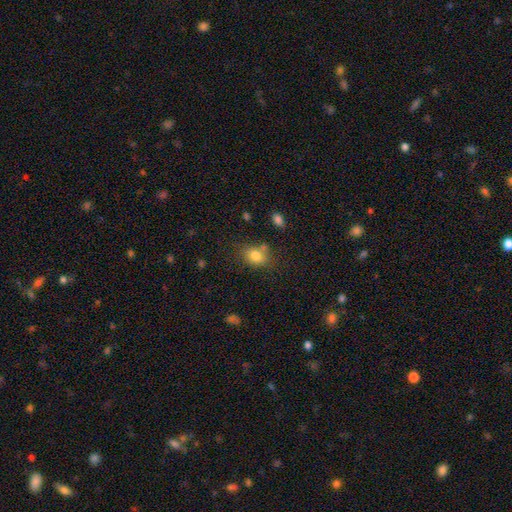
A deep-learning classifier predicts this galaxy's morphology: The model was most divided on "how rounded": in between: 55%, round: 43%, cigar-shaped: 1%. More confident: smooth or featured — smooth (79%); merging — none (63%).